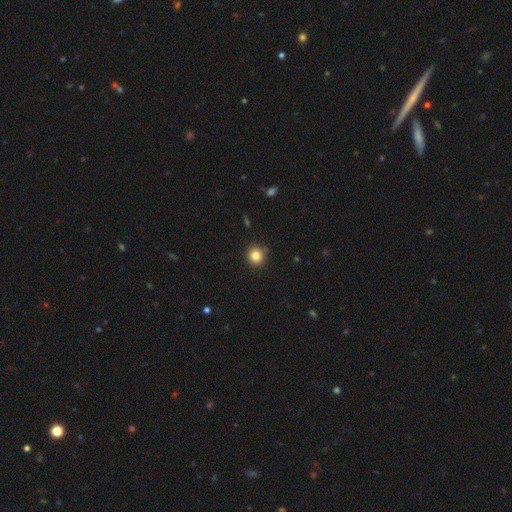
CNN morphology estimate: A smooth galaxy with no disk features (84%) that is round (91%).

Vote fractions:
- Smooth or featured? smooth: 84% / star or artifact: 11% / featured or disk: 5%
- How rounded? round: 91% / in between: 8% / cigar-shaped: 1%
- Merging? none: 89% / minor disturbance: 8% / major disturbance: 2% / merger: 2%